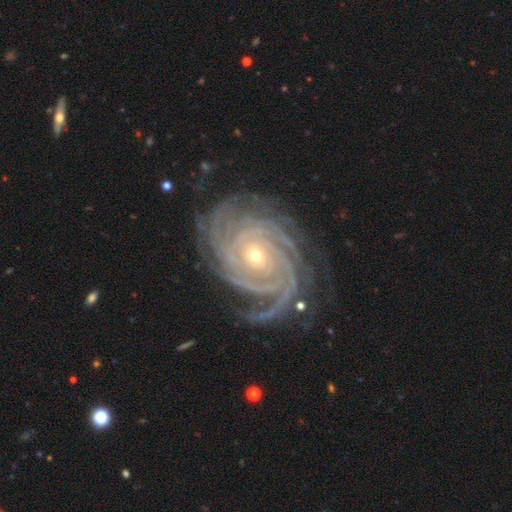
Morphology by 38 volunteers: This appears to be a featured or disk galaxy (97%) with no bar (74%), more than 4 (47%) tight (71%) spiral arms (100%) and a small central bulge (74%). Merging: none (65%).